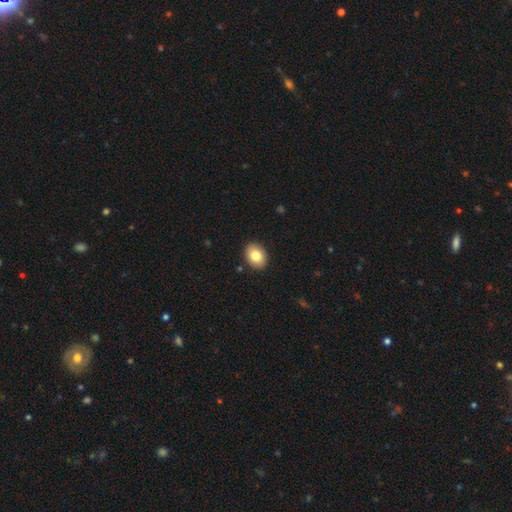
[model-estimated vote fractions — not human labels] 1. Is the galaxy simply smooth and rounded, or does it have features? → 82% smooth, 10% featured or disk, 8% star or artifact.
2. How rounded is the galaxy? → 74% in between, 25% round, 1% cigar-shaped.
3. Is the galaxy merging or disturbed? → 90% none, 7% minor disturbance, 2% major disturbance, 1% merger.